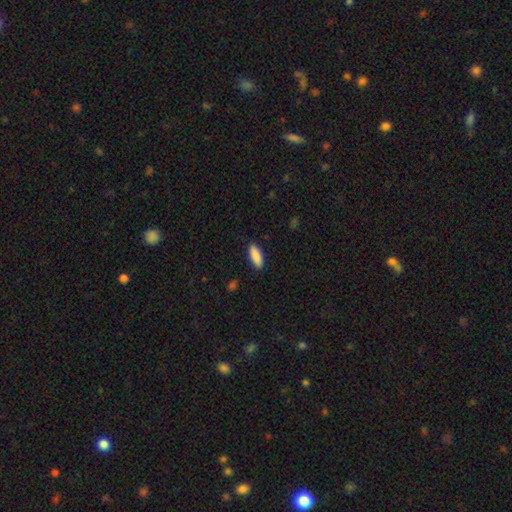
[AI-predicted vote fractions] This is clearly a smooth galaxy (89%). How rounded: likely in between (68%). Merging: clearly none (90%).